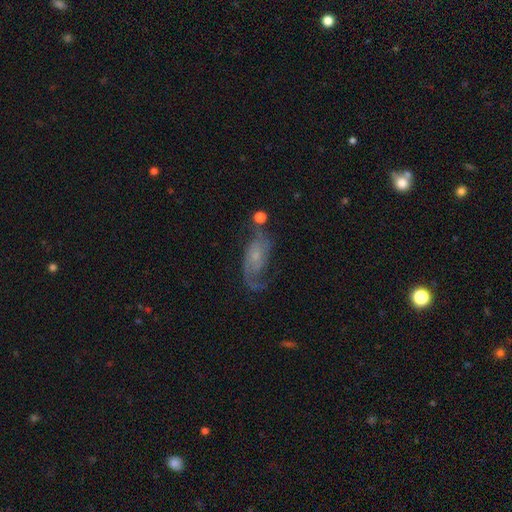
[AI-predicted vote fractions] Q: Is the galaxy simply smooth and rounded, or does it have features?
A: featured or disk — 78%.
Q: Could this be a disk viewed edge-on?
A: no — 94%.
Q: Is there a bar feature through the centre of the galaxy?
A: no — 69%.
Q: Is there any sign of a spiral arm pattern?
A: yes — 91%.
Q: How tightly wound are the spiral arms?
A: loose — 40%.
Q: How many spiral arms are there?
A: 2 — 64%.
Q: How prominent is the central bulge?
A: small — 71%.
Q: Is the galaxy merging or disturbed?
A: none — 50%.